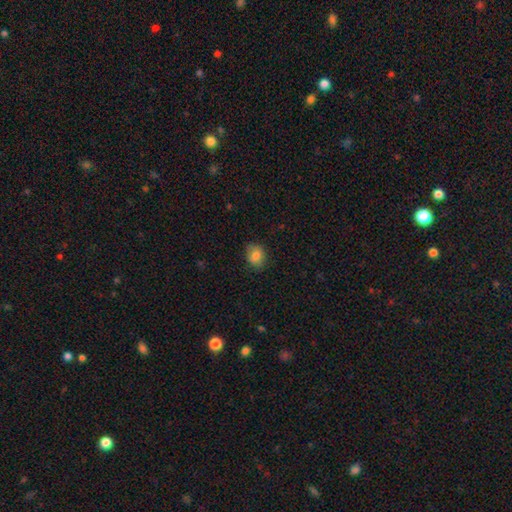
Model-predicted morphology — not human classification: smooth_or_featured: smooth (p=0.82) [alt: featured or disk p=0.10]
how_rounded: in between (p=0.52) [alt: round p=0.47]
merging: none (p=0.80) [alt: minor disturbance p=0.16]